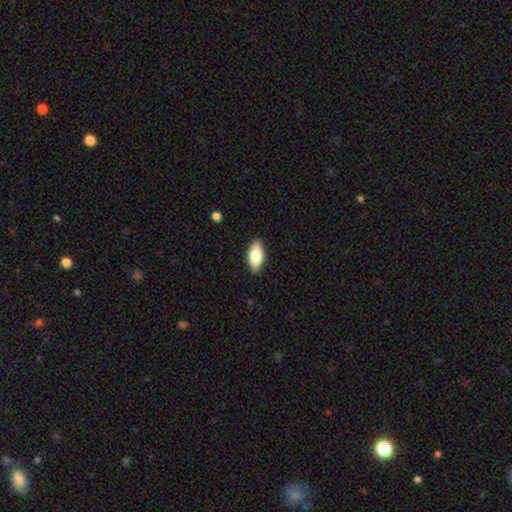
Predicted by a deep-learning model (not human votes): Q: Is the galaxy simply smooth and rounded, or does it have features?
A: smooth — 75%.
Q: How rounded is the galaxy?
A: in between — 86%.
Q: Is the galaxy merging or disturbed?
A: none — 88%.